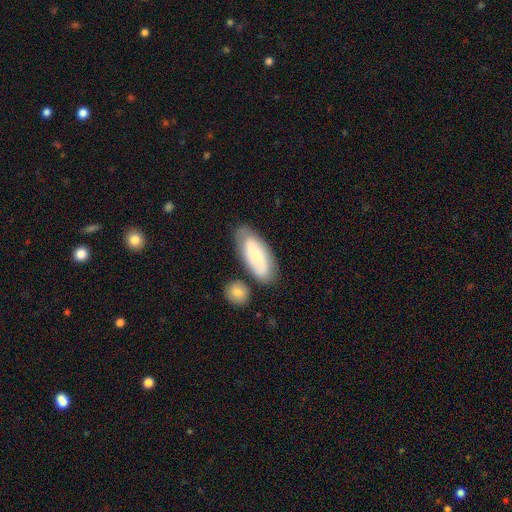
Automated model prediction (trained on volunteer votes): This appears to be a smooth galaxy with no disk features (50%) that is in between round and cigar-shaped (81%). Merging: none (69%).